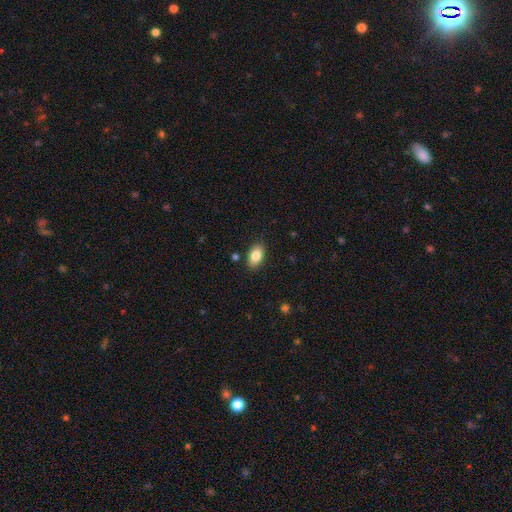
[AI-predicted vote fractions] smooth_or_featured: smooth (p=0.84) [alt: featured or disk p=0.09]
how_rounded: in between (p=0.92) [alt: round p=0.06]
merging: none (p=0.87) [alt: minor disturbance p=0.09]